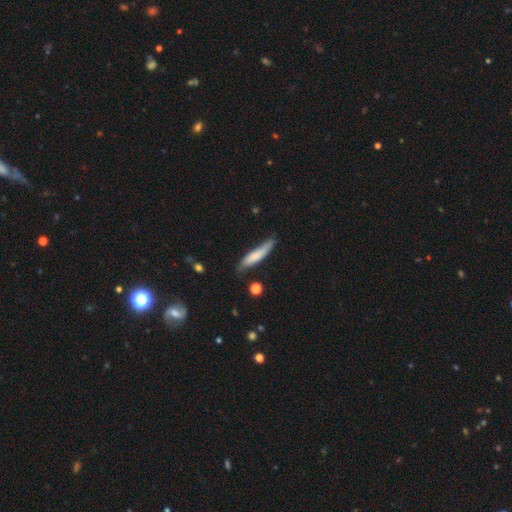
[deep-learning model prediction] A smooth galaxy with no disk features (72%) that is cigar-shaped (85%).

Vote fractions:
- Smooth or featured? smooth: 72% / featured or disk: 22% / star or artifact: 6%
- How rounded? cigar-shaped: 85% / in between: 13% / round: 1%
- Merging? none: 66% / minor disturbance: 26% / major disturbance: 5% / merger: 3%